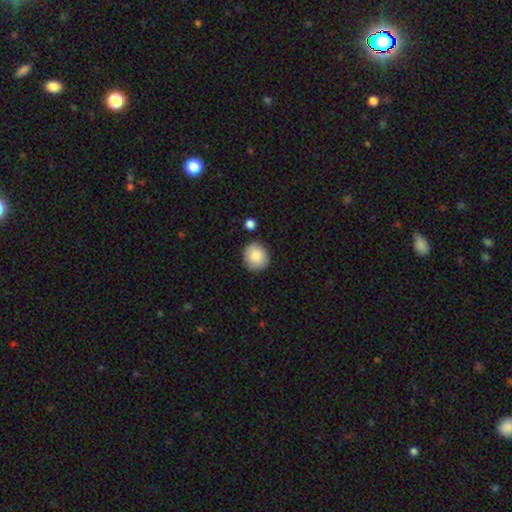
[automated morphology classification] smooth 87%, star or artifact 7%, featured or disk 6%. Down the decision tree: how rounded — round (81%); merging — none (85%).